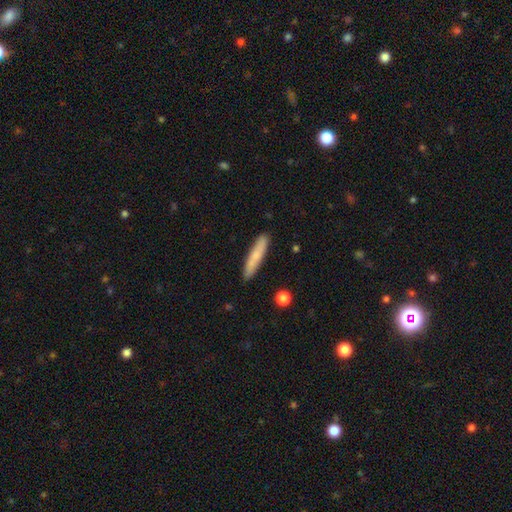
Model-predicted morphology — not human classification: This appears to be a smooth galaxy with no disk features (71%) that is cigar-shaped (90%). Merging: none (88%).